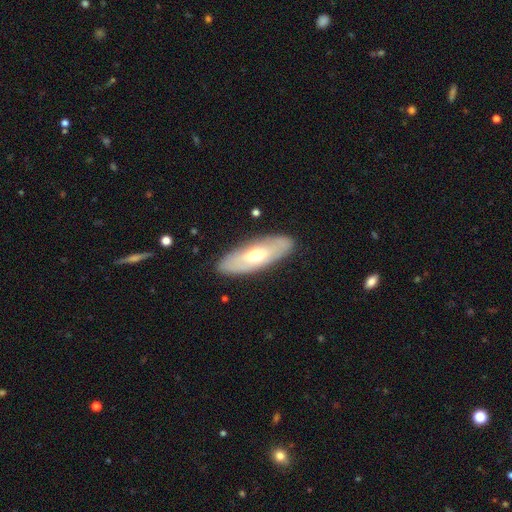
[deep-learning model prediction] Smooth or featured?
  - smooth: 50% *
  - featured or disk: 45%
  - star or artifact: 5%
Merging?
  - none: 87% *
  - minor disturbance: 10%
  - major disturbance: 2%
  - merger: 1%